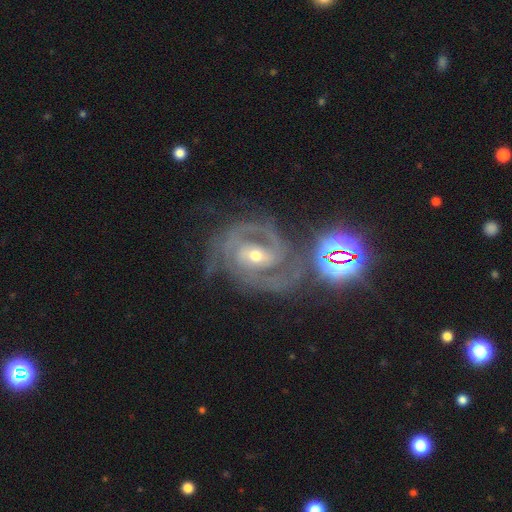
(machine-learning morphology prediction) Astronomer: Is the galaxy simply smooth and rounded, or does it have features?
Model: featured or disk — 87%.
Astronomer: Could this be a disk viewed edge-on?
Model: no — 97%.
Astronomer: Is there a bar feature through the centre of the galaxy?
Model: weak — 41% (runner-up: strong, 33%).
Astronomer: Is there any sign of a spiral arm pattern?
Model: yes — 96%.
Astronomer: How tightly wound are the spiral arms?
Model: tight — 55% (runner-up: medium, 39%).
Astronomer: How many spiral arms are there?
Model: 2 — 51%.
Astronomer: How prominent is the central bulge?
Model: small — 51% (runner-up: moderate, 45%).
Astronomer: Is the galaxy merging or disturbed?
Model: none — 64%.